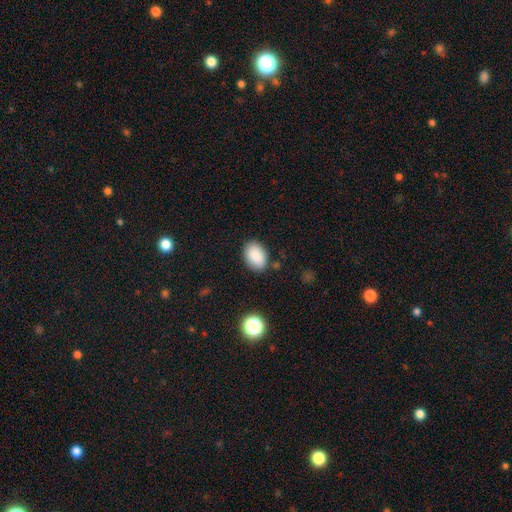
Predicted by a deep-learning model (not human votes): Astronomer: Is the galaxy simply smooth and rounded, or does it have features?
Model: smooth — 88%.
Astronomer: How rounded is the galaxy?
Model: in between — 85%.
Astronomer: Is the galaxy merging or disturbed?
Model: none — 83%.